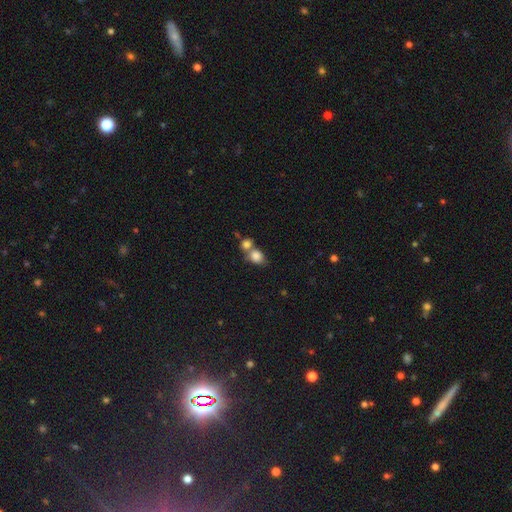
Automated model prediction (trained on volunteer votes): Smooth or featured?
  - smooth: 82% *
  - star or artifact: 9%
  - featured or disk: 9%
How rounded?
  - round: 54% *
  - in between: 45%
  - cigar-shaped: 1%
Merging?
  - merger: 56% *
  - none: 31%
  - minor disturbance: 8%
  - major disturbance: 4%